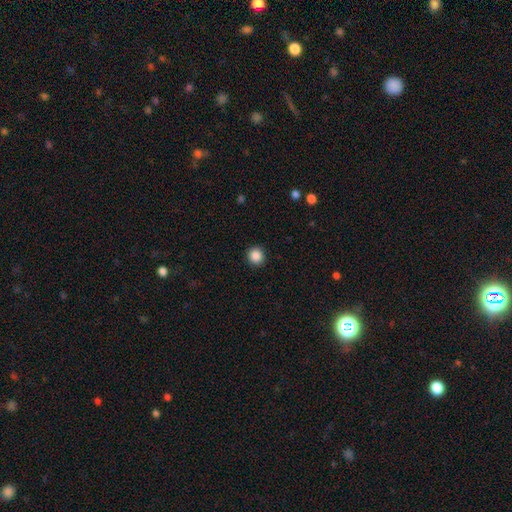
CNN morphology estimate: Q: Smooth or featured?
A: smooth (87%); runner-up: star or artifact (10%)
Q: How rounded?
A: round (91%); runner-up: in between (8%)
Q: Merging?
A: none (92%); runner-up: minor disturbance (5%)